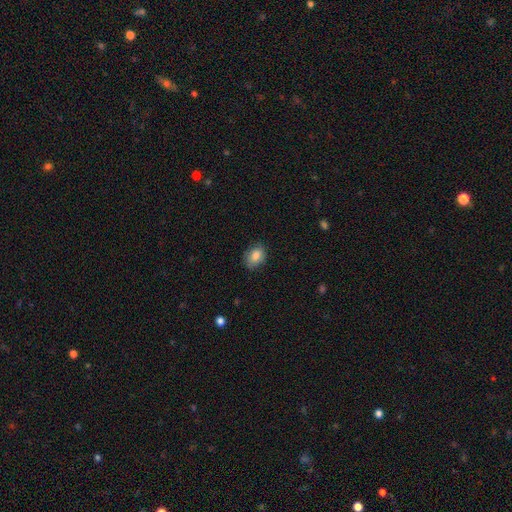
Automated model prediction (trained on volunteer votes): This is clearly a smooth galaxy (83%). How rounded: likely in between (69%). Merging: likely none (78%).